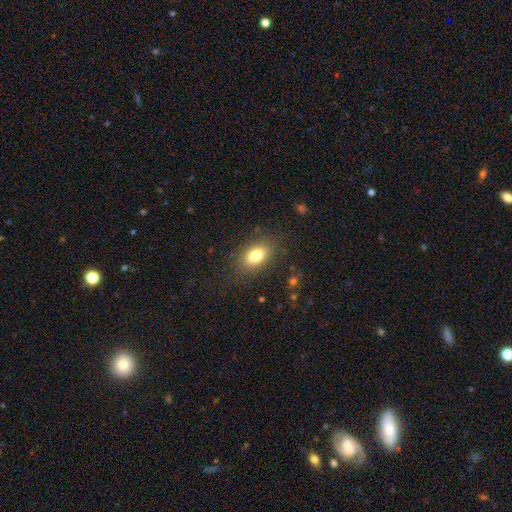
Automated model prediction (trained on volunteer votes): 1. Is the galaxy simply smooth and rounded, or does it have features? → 81% smooth, 10% featured or disk, 9% star or artifact.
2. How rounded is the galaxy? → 87% in between, 10% round, 3% cigar-shaped.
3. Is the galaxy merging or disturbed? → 83% none, 11% minor disturbance, 4% major disturbance, 1% merger.